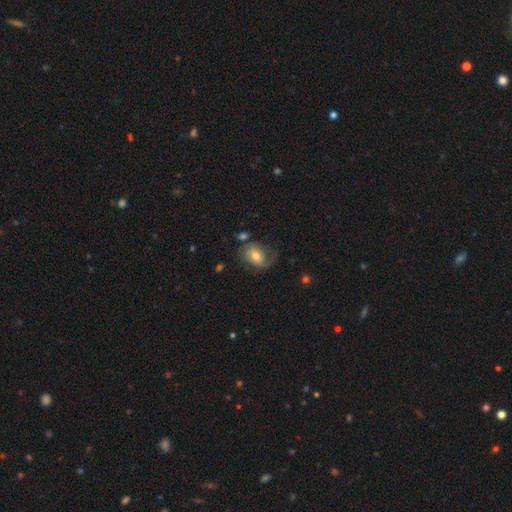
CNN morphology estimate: Overall: smooth (51%; featured or disk 41%). How rounded: in between (70%). Merging: none (48%; minor disturbance 26%).